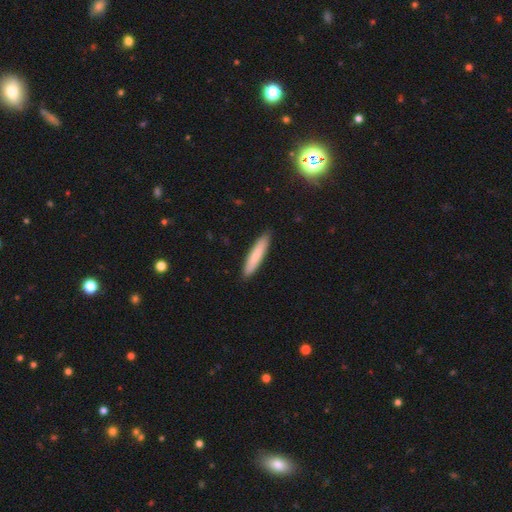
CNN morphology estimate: smooth 80%, featured or disk 14%, star or artifact 5%. Down the decision tree: how rounded — cigar-shaped (88%); merging — none (90%).